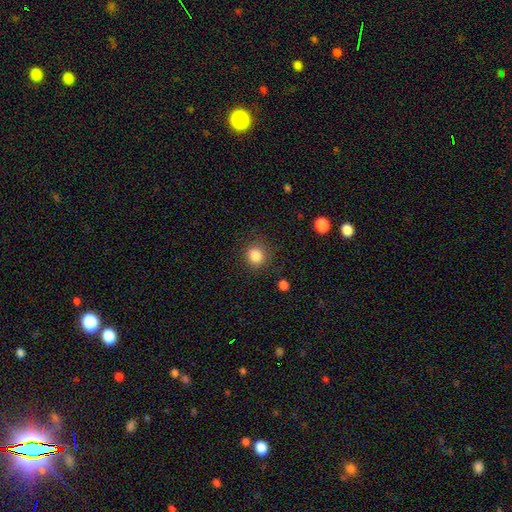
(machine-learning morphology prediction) Overall: smooth (85%). How rounded: round (84%). Merging: none (84%).